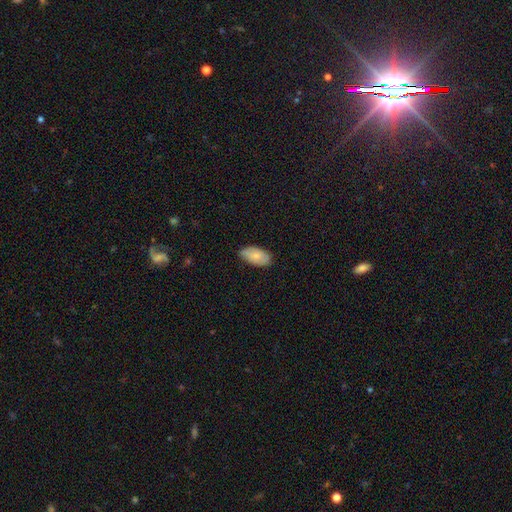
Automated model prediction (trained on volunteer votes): Morphology: type=smooth (81%); roundness=in between (95%); merging=none (80%).